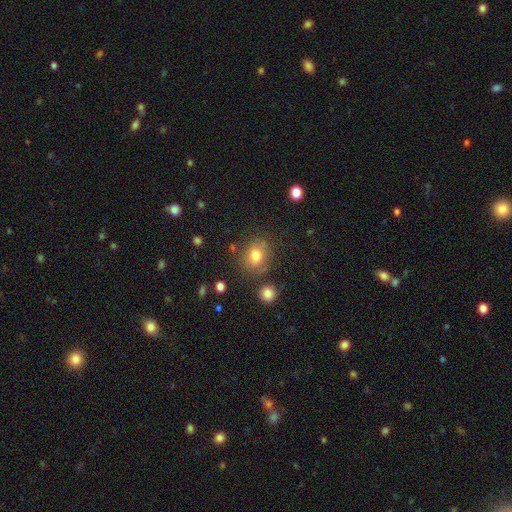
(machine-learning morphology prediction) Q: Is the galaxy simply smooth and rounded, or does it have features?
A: smooth — 78%.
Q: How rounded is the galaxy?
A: round — 60%.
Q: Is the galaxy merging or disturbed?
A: none — 74%.